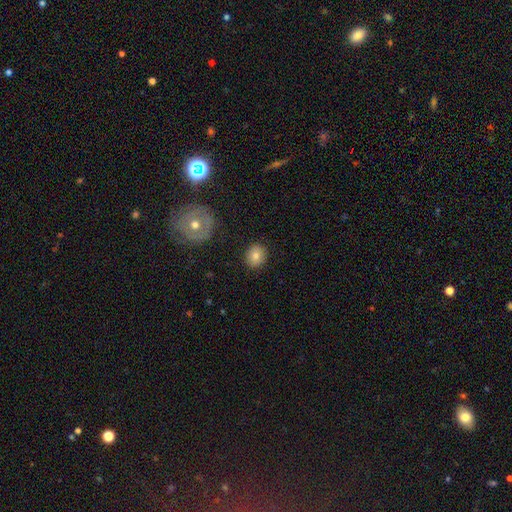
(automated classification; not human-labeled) Overall: smooth (79%). How rounded: round (72%). Merging: none (88%).